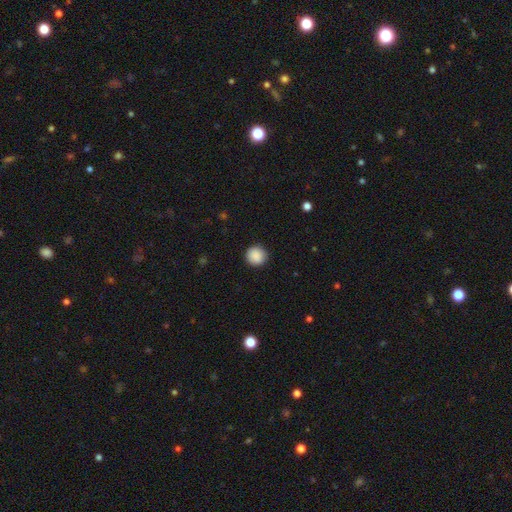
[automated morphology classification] type=smooth (89%); roundness=round (92%); merging=none (91%).